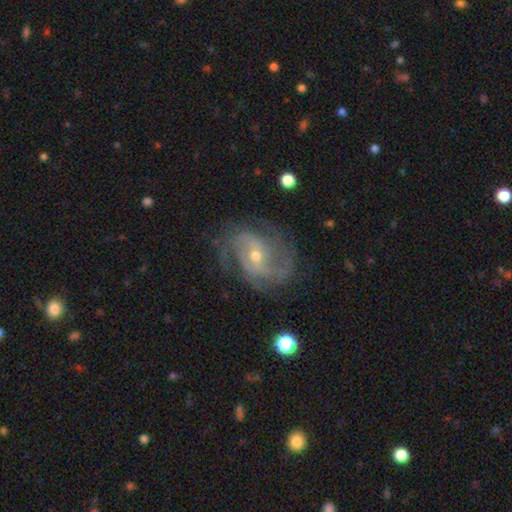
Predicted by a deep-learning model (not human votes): smooth_or_featured: featured or disk (p=0.86) [alt: smooth p=0.07]
disk_edge_on: no (p=0.97) [alt: yes p=0.03]
bar: weak (p=0.46) [alt: no p=0.32]
has_spiral_arms: yes (p=0.94) [alt: no p=0.06]
spiral_winding: medium (p=0.47) [alt: tight p=0.32]
spiral_arm_count: 2 (p=0.53) [alt: can't tell p=0.19]
bulge_size: small (p=0.53) [alt: moderate p=0.44]
merging: none (p=0.65) [alt: minor disturbance p=0.20]